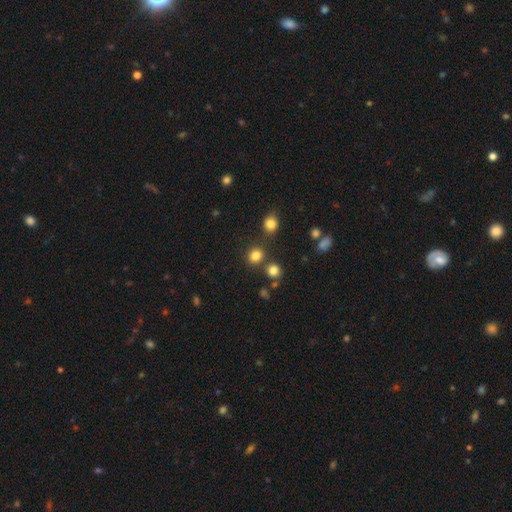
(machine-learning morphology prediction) smooth 81%, star or artifact 14%, featured or disk 5%. Down the decision tree: how rounded — round (84%); merging — none (77%).